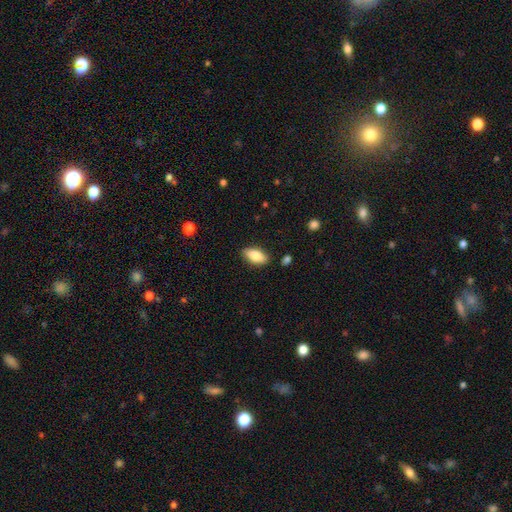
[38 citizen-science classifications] smooth 89%, featured or disk 5%, star or artifact 5%. Down the decision tree: how rounded — in between (94%); merging — none (89%).